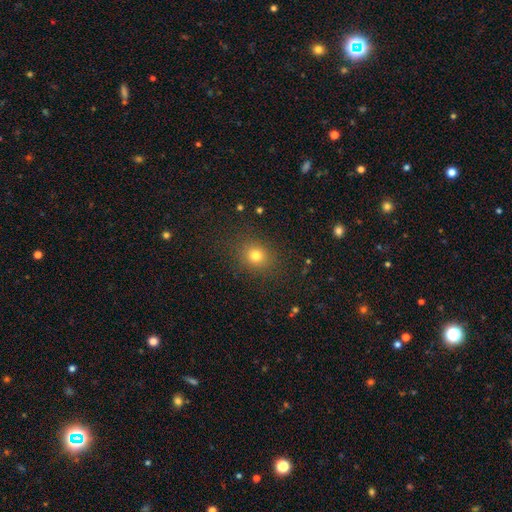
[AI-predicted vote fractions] This appears to be a smooth galaxy with no disk features (77%) that is round (69%). Merging: none (85%).